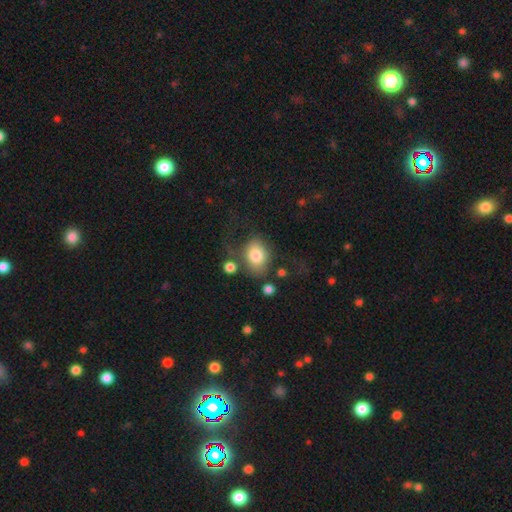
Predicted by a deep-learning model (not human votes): A smooth galaxy with no disk features (77%) that is in between round and cigar-shaped (68%). Merging: none (47%).